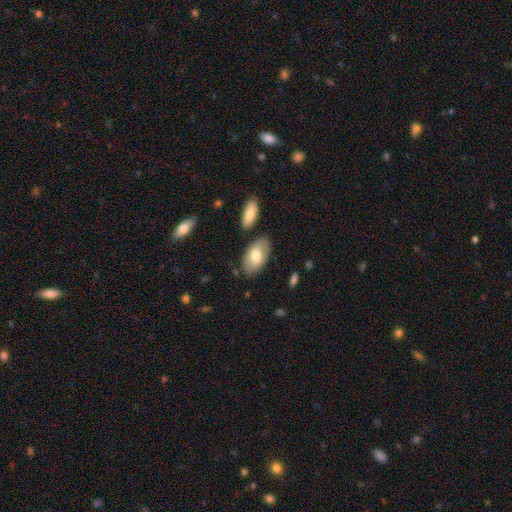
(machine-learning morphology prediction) Smooth or featured? Predicted: smooth (p=0.70). How rounded? Predicted: in between (p=0.95). Merging? Predicted: none (p=0.76).